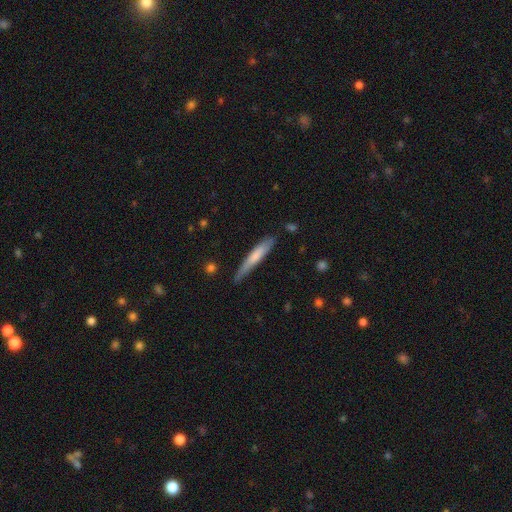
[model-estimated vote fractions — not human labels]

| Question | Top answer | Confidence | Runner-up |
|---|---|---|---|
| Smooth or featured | smooth | 64% | featured or disk (30%) |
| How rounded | cigar-shaped | 92% | in between (7%) |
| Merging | none | 73% | minor disturbance (21%) |